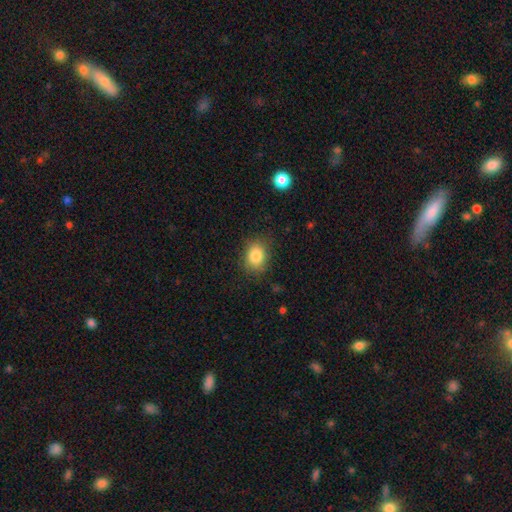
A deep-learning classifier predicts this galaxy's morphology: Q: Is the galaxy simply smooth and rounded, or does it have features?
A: smooth — 85%.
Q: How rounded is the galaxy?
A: in between — 53%.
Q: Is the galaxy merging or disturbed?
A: none — 82%.